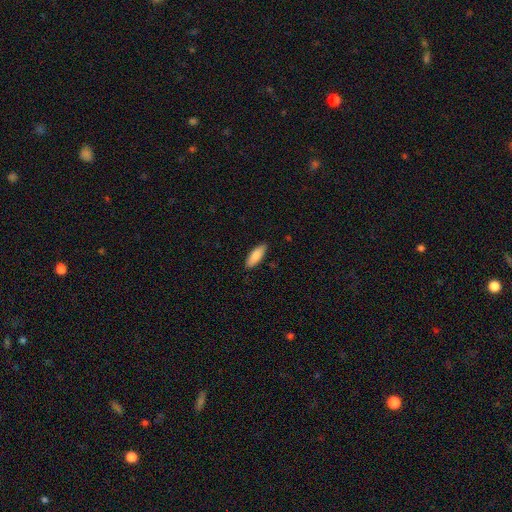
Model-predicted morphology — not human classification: Q: Smooth or featured?
A: smooth (86%); runner-up: featured or disk (9%)
Q: How rounded?
A: in between (64%); runner-up: cigar-shaped (34%)
Q: Merging?
A: none (89%); runner-up: minor disturbance (9%)